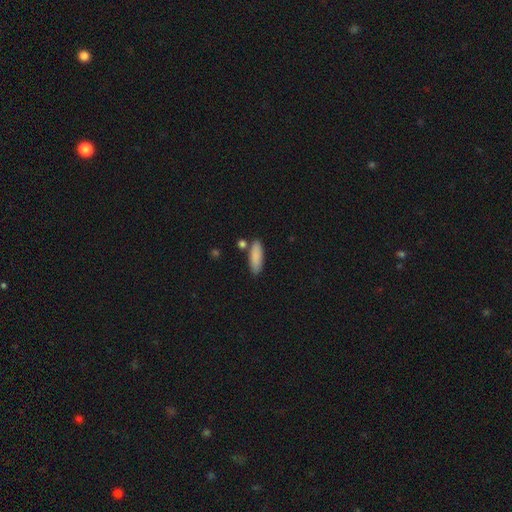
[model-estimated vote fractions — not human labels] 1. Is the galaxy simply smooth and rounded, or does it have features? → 87% smooth, 7% featured or disk, 6% star or artifact.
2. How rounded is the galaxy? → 61% in between, 37% cigar-shaped, 2% round.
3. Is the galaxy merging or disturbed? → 78% none, 12% minor disturbance, 7% merger, 3% major disturbance.